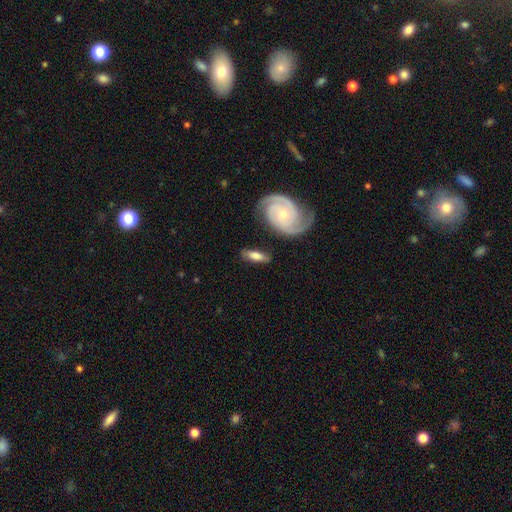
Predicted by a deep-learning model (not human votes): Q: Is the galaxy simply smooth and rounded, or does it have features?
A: smooth — 53%.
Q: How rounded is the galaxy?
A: in between — 60%.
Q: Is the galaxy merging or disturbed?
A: none — 75%.